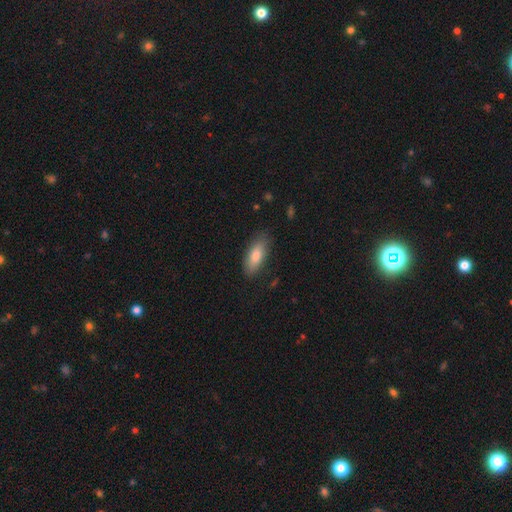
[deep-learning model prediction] Q: Smooth or featured?
A: smooth (79%); runner-up: featured or disk (14%)
Q: How rounded?
A: in between (73%); runner-up: cigar-shaped (24%)
Q: Merging?
A: none (82%); runner-up: minor disturbance (14%)